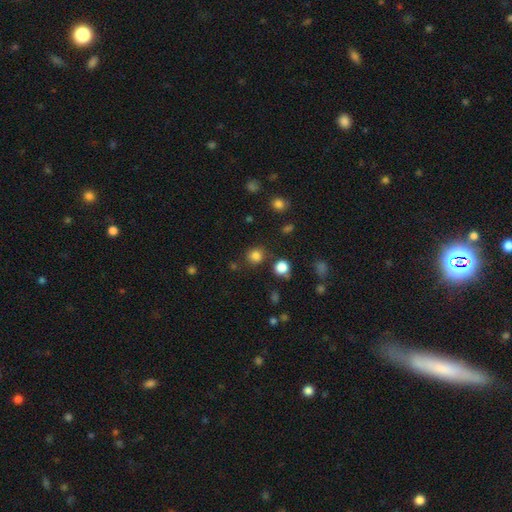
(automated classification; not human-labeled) Overall: smooth (81%). How rounded: round (86%). Merging: none (81%).